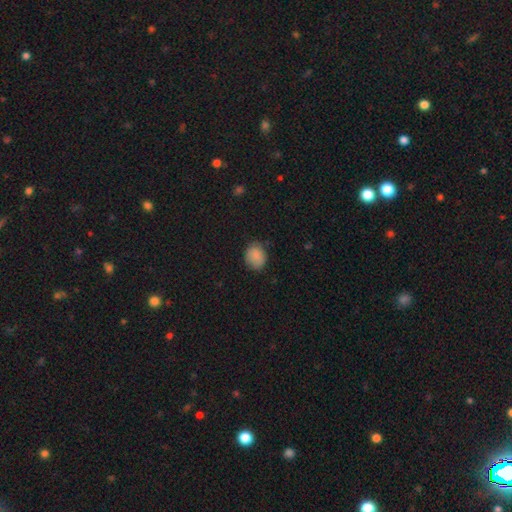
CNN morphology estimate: smooth 87%, star or artifact 8%, featured or disk 5%. Down the decision tree: how rounded — round (59%); merging — none (78%).